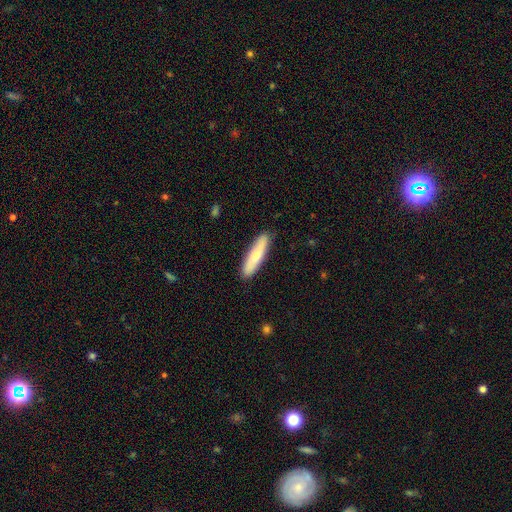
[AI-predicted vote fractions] Smooth or featured? Predicted: smooth (p=0.71). How rounded? Predicted: cigar-shaped (p=0.80). Merging? Predicted: none (p=0.89).